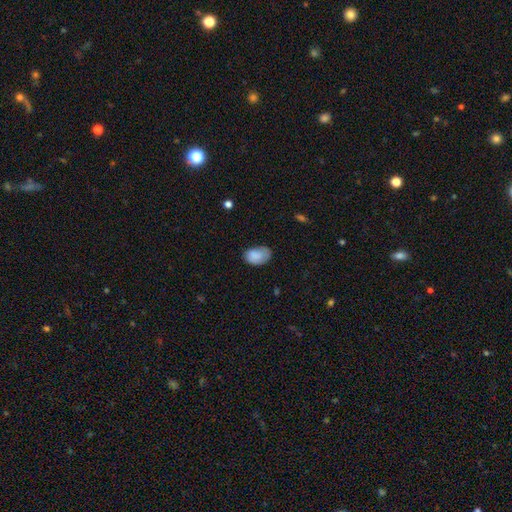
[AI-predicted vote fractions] A smooth galaxy with no disk features (83%) that is in between round and cigar-shaped (88%). Merging: none (58%).